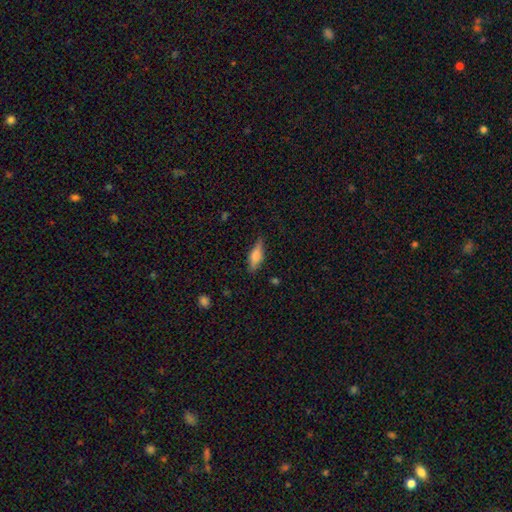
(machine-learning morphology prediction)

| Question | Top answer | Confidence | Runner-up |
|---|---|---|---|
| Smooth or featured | smooth | 61% | featured or disk (32%) |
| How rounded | in between | 54% | cigar-shaped (43%) |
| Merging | none | 81% | minor disturbance (14%) |